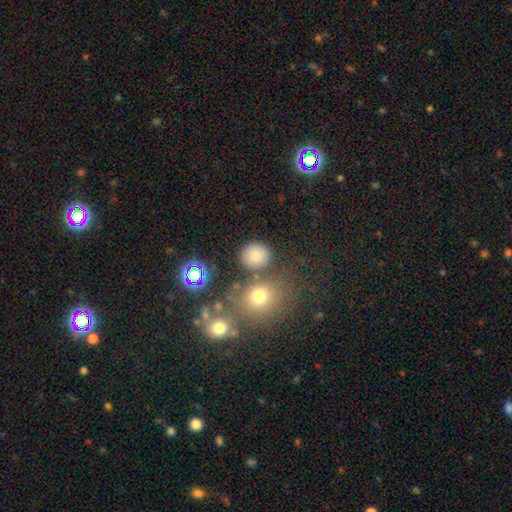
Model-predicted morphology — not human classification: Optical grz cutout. It shows a smooth galaxy with no disk features (76%) that is round (83%). Merging: none (79%).